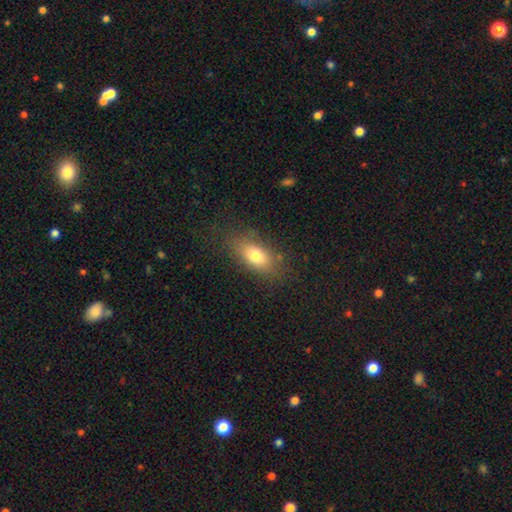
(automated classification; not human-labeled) This is likely a smooth galaxy (76%). How rounded: clearly in between (83%). Merging: likely none (79%).